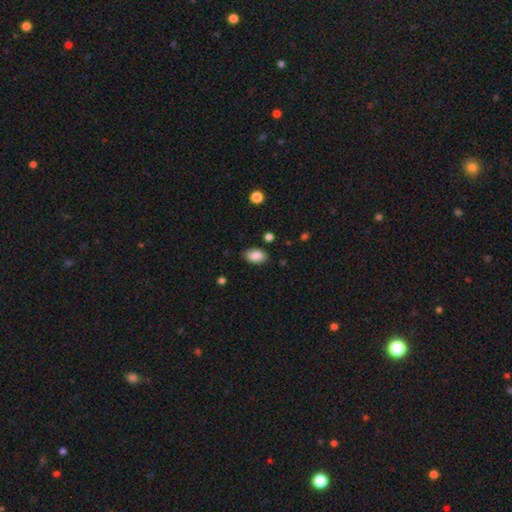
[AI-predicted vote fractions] Q: Smooth or featured?
A: smooth (87%); runner-up: star or artifact (8%)
Q: How rounded?
A: in between (92%); runner-up: round (6%)
Q: Merging?
A: none (84%); runner-up: minor disturbance (12%)